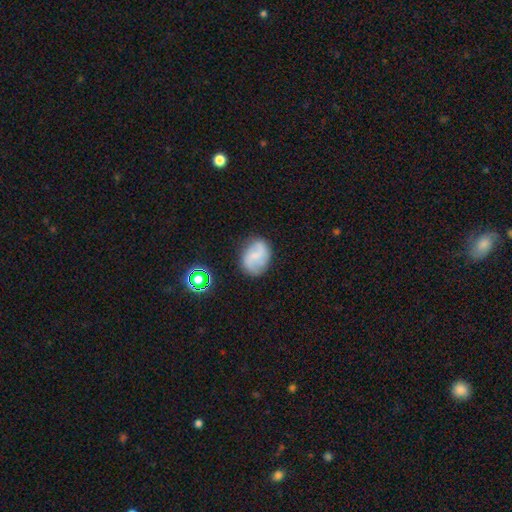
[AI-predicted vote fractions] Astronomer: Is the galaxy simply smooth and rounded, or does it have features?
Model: smooth — 49% (runner-up: featured or disk, 41%).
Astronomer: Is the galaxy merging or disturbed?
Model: none — 73%.